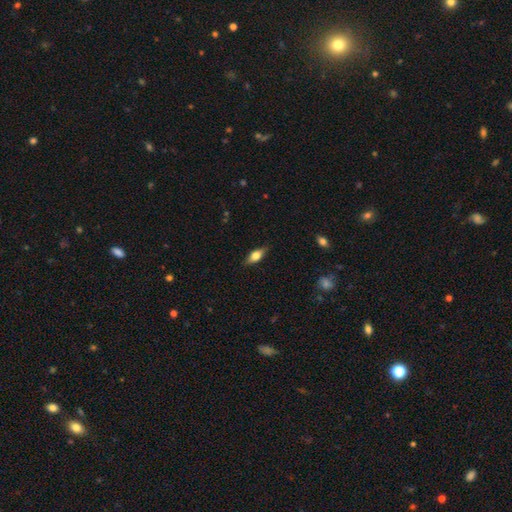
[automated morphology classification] Smooth or featured? smooth (60%)
How rounded? in between (73%)
Merging? none (84%)